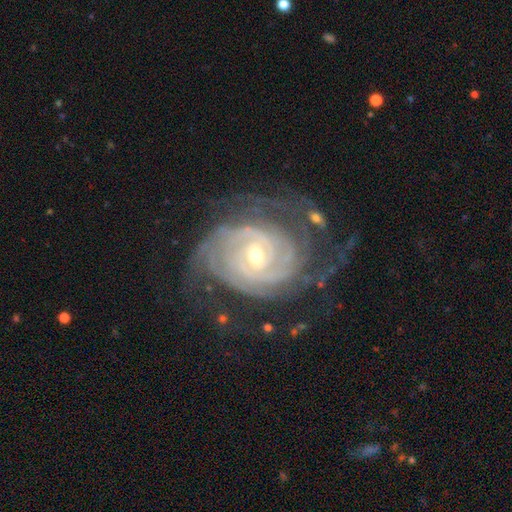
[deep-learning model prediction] This appears to be a featured or disk galaxy (91%) with a weak bar (43%), tight (79%) spiral arms (98%) and a small central bulge (51%). Merging: none (63%).